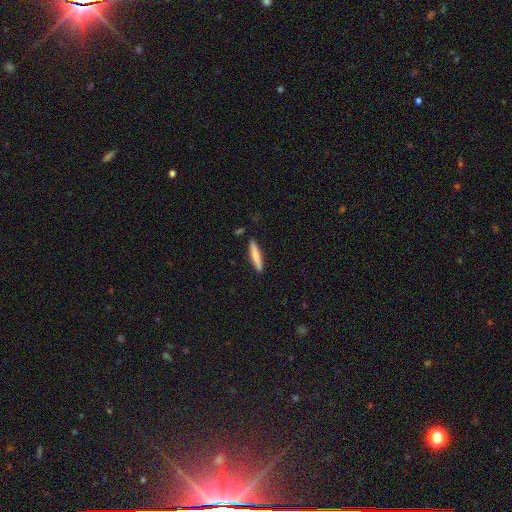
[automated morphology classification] type=smooth (78%); roundness=cigar-shaped (91%); merging=none (89%).